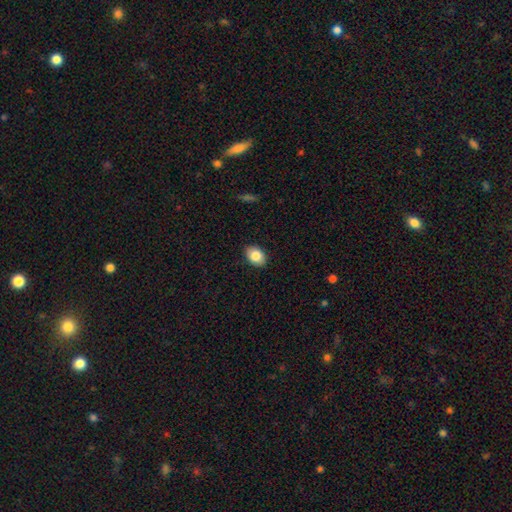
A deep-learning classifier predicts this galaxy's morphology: smooth-or-featured: smooth: 85% | star or artifact: 8% | featured or disk: 7%
  how-rounded: in between: 75% | round: 24% | cigar-shaped: 1%
  merging: none: 89% | minor disturbance: 8% | major disturbance: 2% | merger: 1%